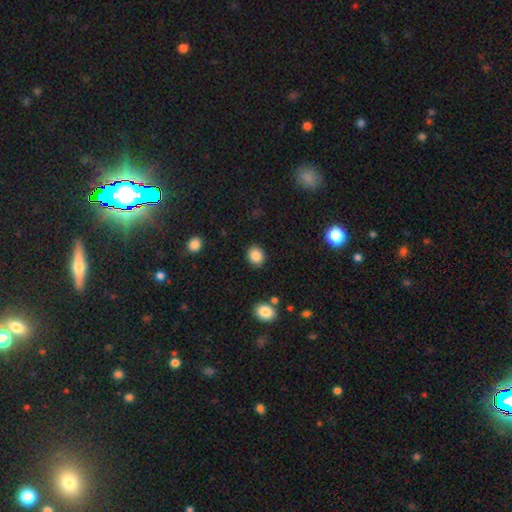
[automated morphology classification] This appears to be a smooth galaxy with no disk features (87%) that is round (60%). Merging: none (88%).